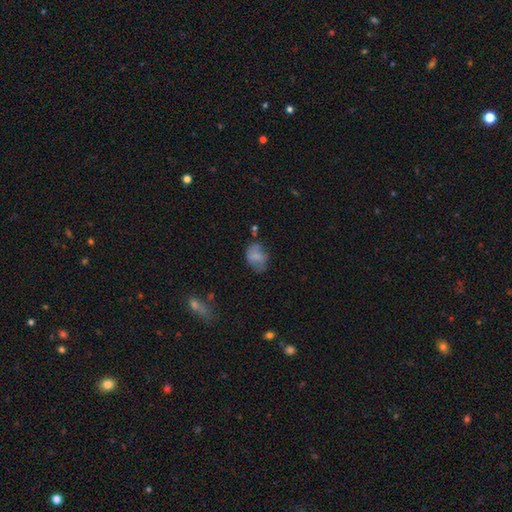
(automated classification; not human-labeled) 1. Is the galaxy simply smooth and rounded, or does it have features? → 72% smooth, 18% featured or disk, 10% star or artifact.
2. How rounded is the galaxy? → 71% in between, 27% round, 1% cigar-shaped.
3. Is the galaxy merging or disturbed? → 51% none, 29% minor disturbance, 14% major disturbance, 6% merger.